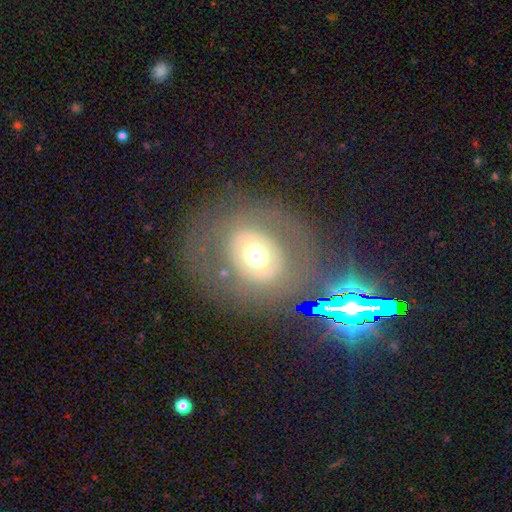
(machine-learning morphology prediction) Q: Smooth or featured?
A: featured or disk (45%); runner-up: smooth (42%)
Q: Merging?
A: none (73%); runner-up: minor disturbance (11%)